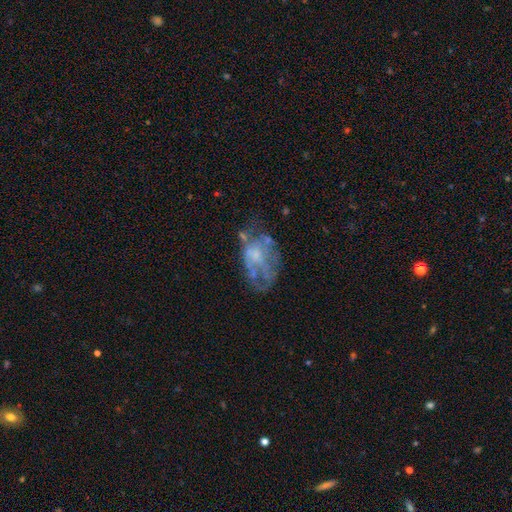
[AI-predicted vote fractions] Smooth or featured?
  - featured or disk: 61% *
  - smooth: 28%
  - star or artifact: 12%
Edge-on disk?
  - no: 97% *
  - yes: 3%
Bar?
  - no: 84% *
  - weak: 13%
  - strong: 2%
Spiral arms?
  - no: 78% *
  - yes: 22%
Bulge size?
  - none: 37% *
  - small: 35%
  - moderate: 24%
  - large: 3%
  - dominant: 1%
Merging?
  - none: 38% *
  - major disturbance: 32%
  - minor disturbance: 24%
  - merger: 7%